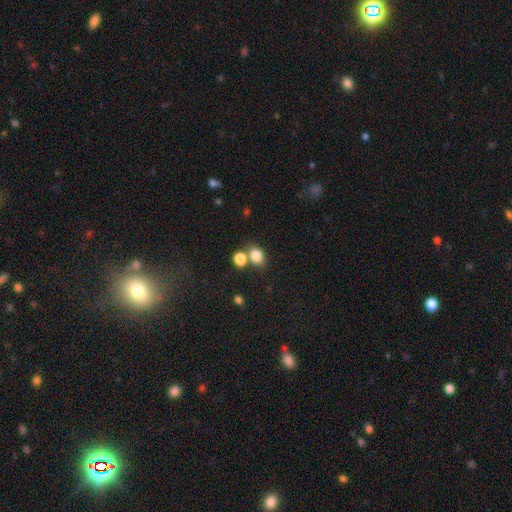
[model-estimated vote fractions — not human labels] Smooth or featured?
  - smooth: 82% *
  - star or artifact: 11%
  - featured or disk: 7%
How rounded?
  - in between: 59% *
  - round: 40%
  - cigar-shaped: 1%
Merging?
  - none: 55% *
  - merger: 30%
  - minor disturbance: 11%
  - major disturbance: 4%